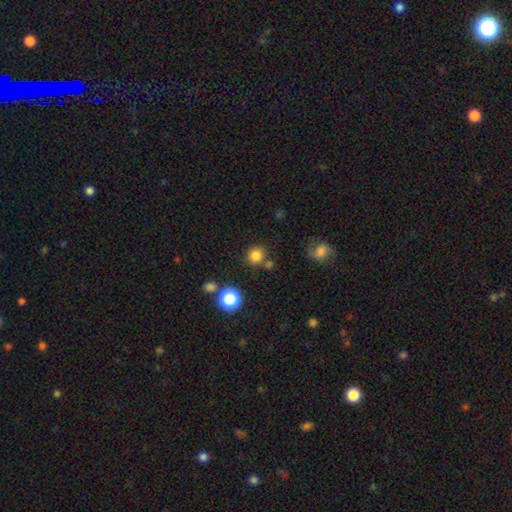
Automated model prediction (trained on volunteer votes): Smooth or featured? smooth (81%)
How rounded? round (87%)
Merging? none (77%)